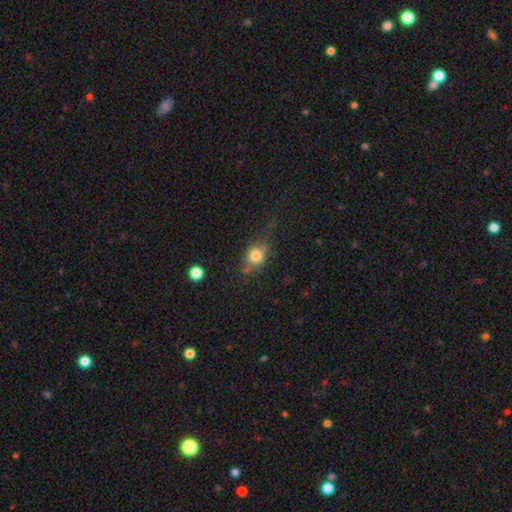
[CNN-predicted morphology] This appears to be a smooth galaxy with no disk features (75%) that is round (57%). Merging: none (57%).